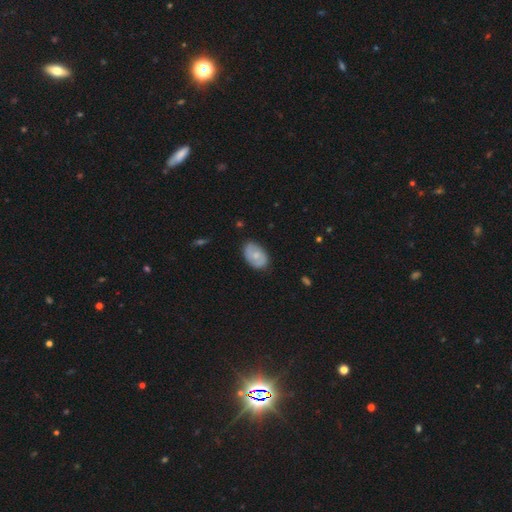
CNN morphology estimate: smooth 58%, featured or disk 36%, star or artifact 6%. Down the decision tree: how rounded — in between (86%); merging — none (75%).